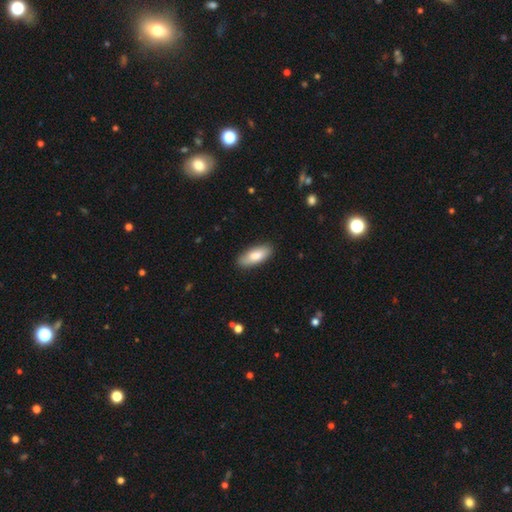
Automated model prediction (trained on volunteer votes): The model was most divided on "how rounded": in between: 79%, cigar-shaped: 20%, round: 2%. More confident: merging — none (87%); smooth or featured — smooth (82%).